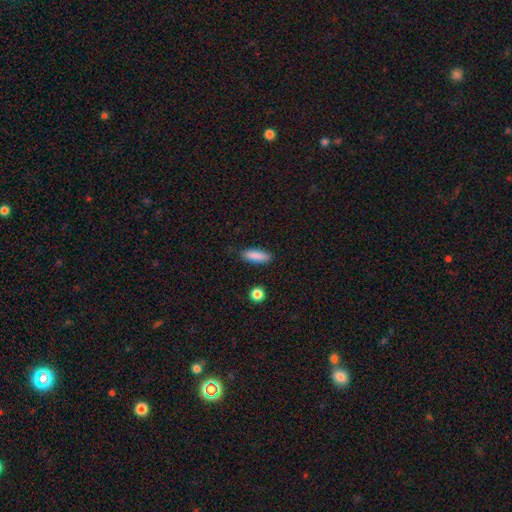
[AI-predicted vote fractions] A smooth galaxy with no disk features (87%) that is in between round and cigar-shaped (51%).

Vote fractions:
- Smooth or featured? smooth: 87% / star or artifact: 7% / featured or disk: 6%
- How rounded? in between: 51% / cigar-shaped: 47% / round: 2%
- Merging? none: 86% / minor disturbance: 10% / major disturbance: 2% / merger: 2%